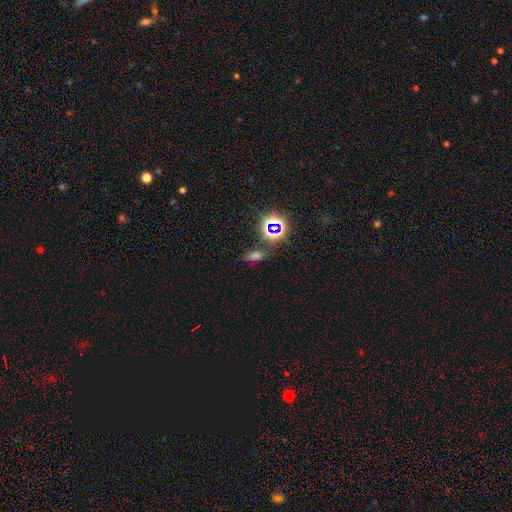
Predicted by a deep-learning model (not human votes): Smooth or featured? star or artifact (52%)